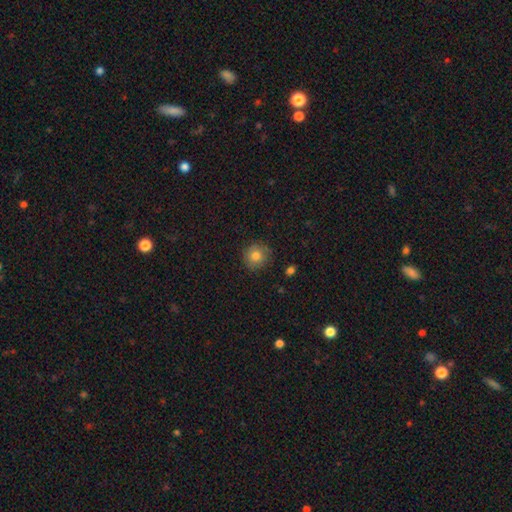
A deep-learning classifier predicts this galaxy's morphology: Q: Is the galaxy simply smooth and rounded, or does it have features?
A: smooth — 80%.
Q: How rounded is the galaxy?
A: round — 92%.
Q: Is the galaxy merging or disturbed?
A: none — 86%.